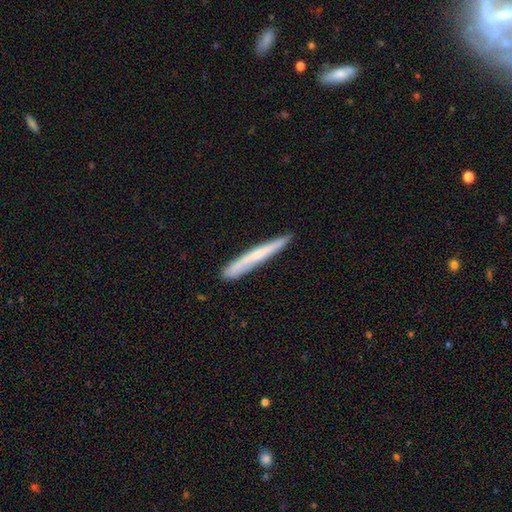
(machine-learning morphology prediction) A featured or disk galaxy (47%, tied with smooth).

Vote fractions:
- Smooth or featured? featured or disk: 47% (tied) / smooth: 47% (tied) / star or artifact: 6%
- Merging? none: 85% / minor disturbance: 12% / major disturbance: 2% / merger: 2%